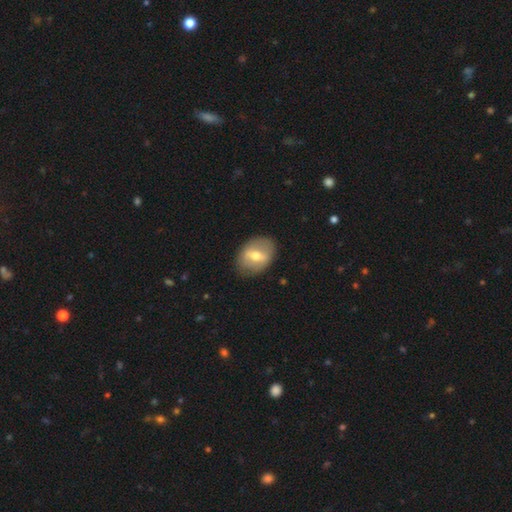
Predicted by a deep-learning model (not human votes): This is possibly a featured or disk galaxy (50%). It is clearly not viewed edge-on (90%). Merging: clearly none (83%).